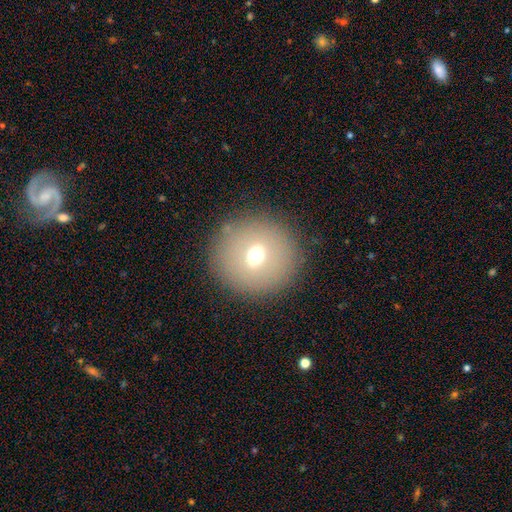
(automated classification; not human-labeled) smooth-or-featured: smooth: 64% | featured or disk: 20% | star or artifact: 16%
  how-rounded: round: 93% | in between: 6% | cigar-shaped: 1%
  merging: none: 88% | minor disturbance: 7% | major disturbance: 4% | merger: 2%